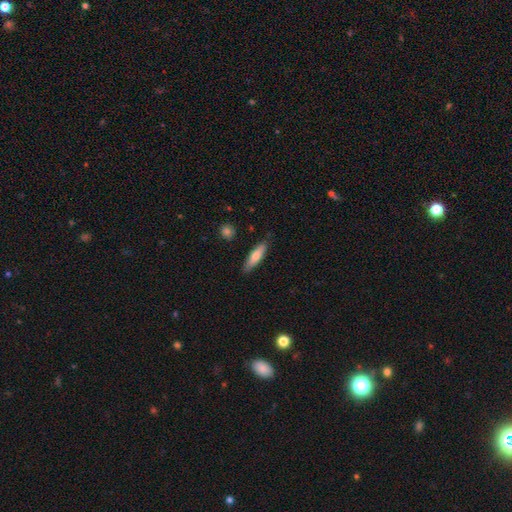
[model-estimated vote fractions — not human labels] This appears to be a smooth galaxy with no disk features (71%) that is cigar-shaped (69%). Merging: none (85%).